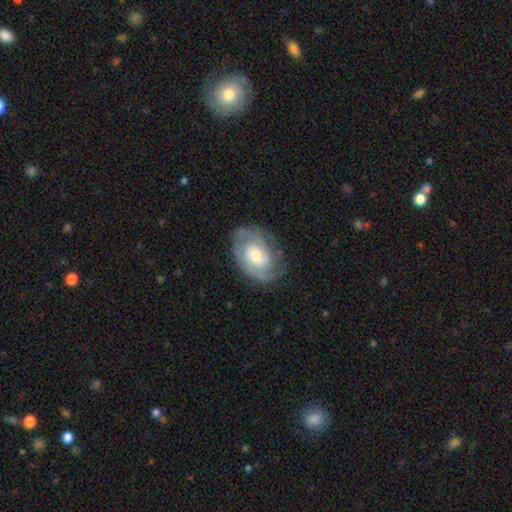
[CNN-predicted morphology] featured or disk 77%, smooth 18%, star or artifact 5%. Down the decision tree: edge-on disk — no (97%); bar — no (62%); spiral arms — yes (90%); spiral arm count — 2 (54%); spiral winding — tight (58%); bulge size — moderate (52%); merging — none (74%).